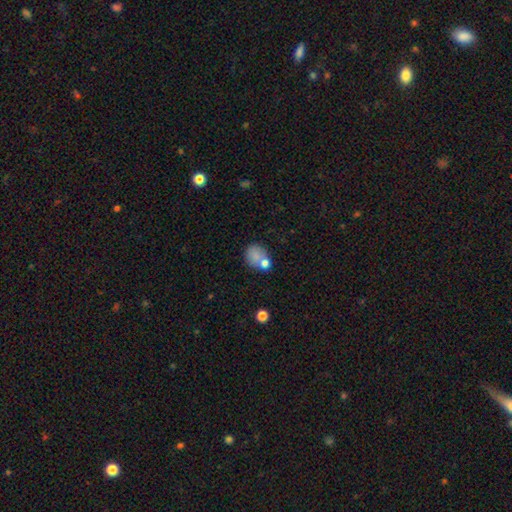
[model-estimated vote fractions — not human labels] smooth_or_featured: smooth (p=0.76) [alt: featured or disk p=0.12]
how_rounded: round (p=0.55) [alt: in between p=0.44]
merging: none (p=0.53) [alt: merger p=0.22]